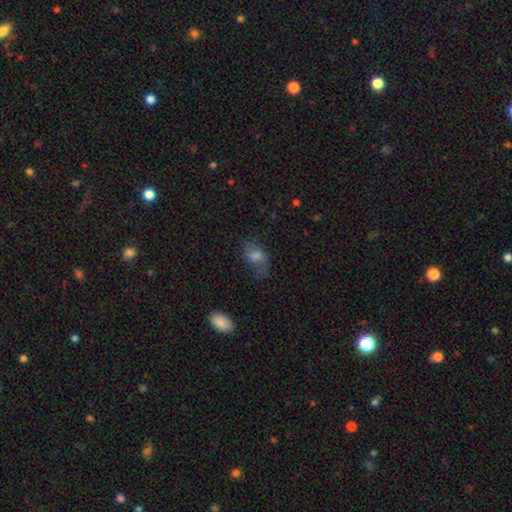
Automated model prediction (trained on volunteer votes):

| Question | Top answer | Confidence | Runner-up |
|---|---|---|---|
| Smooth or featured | smooth | 50% | featured or disk (38%) |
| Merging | none | 47% | minor disturbance (25%) |